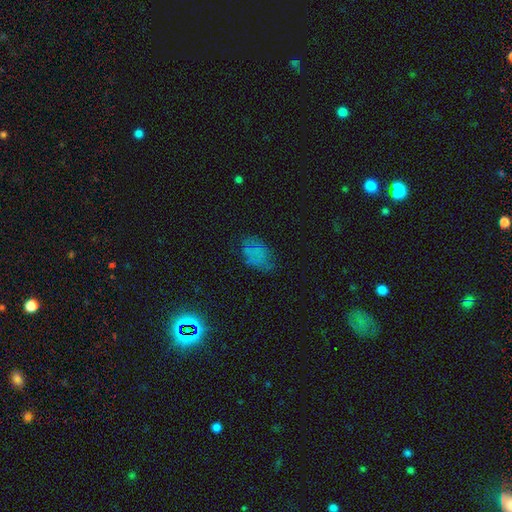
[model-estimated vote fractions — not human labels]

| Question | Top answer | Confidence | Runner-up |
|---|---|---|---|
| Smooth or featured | smooth | 53% | star or artifact (27%) |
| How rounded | in between | 83% | round (15%) |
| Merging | none | 61% | minor disturbance (24%) |